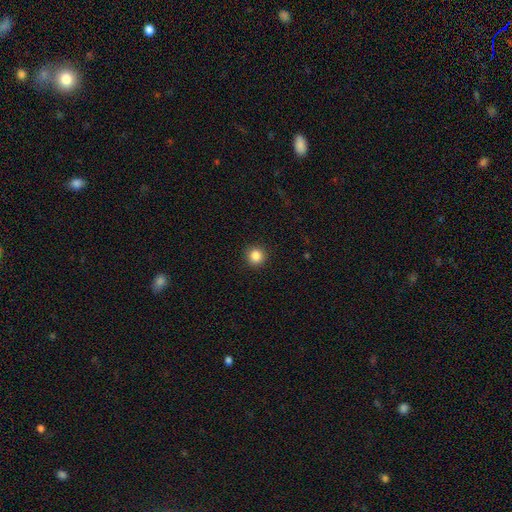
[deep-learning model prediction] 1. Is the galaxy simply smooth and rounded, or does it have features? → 86% smooth, 11% star or artifact, 4% featured or disk.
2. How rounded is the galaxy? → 94% round, 5% in between, 1% cigar-shaped.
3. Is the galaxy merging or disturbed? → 92% none, 5% minor disturbance, 2% major disturbance, 1% merger.